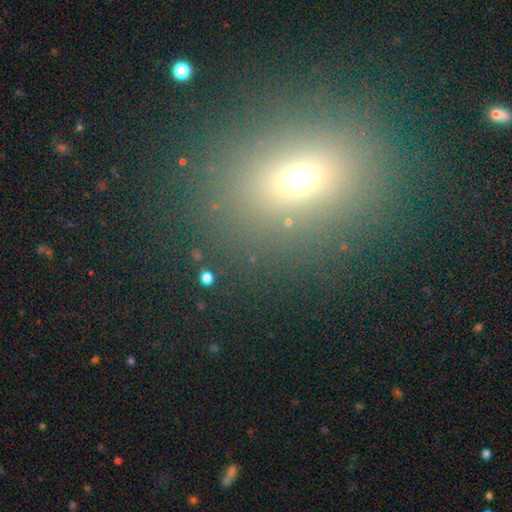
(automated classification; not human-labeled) Morphology: type=smooth (61%); roundness=round (51%); merging=none (86%).